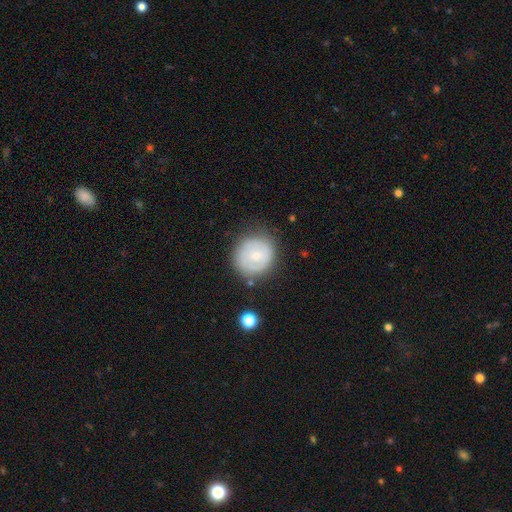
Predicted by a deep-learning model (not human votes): This is possibly a smooth galaxy (52%). How rounded: clearly round (85%). Merging: likely none (71%).